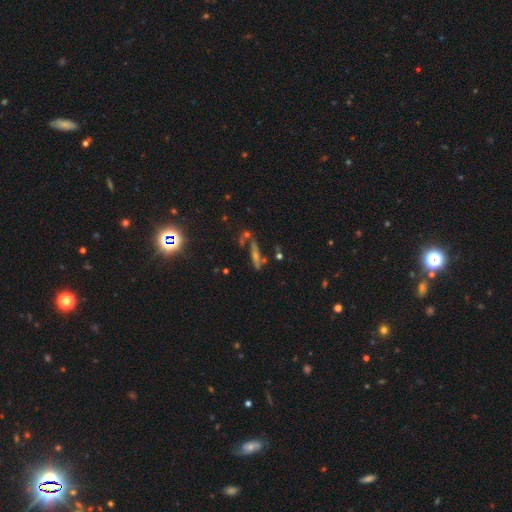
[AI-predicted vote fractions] Overall: featured or disk (41%; star or artifact 35%). Merging: none (54%; merger 19%).